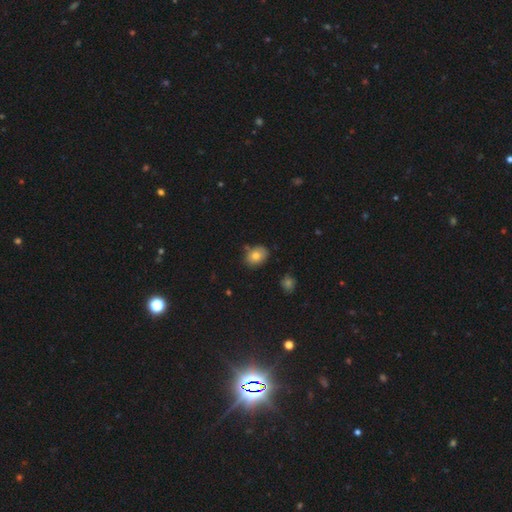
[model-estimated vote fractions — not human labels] smooth_or_featured: smooth (p=0.78) [alt: featured or disk p=0.12]
how_rounded: in between (p=0.63) [alt: round p=0.36]
merging: none (p=0.77) [alt: minor disturbance p=0.16]